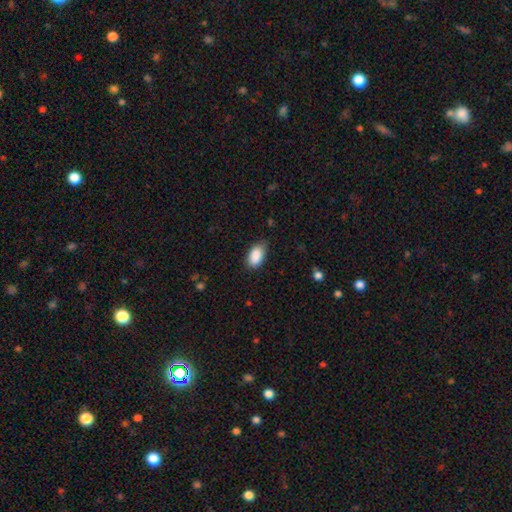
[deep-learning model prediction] Smooth or featured? Predicted: smooth (p=0.89). How rounded? Predicted: in between (p=0.94). Merging? Predicted: none (p=0.76).